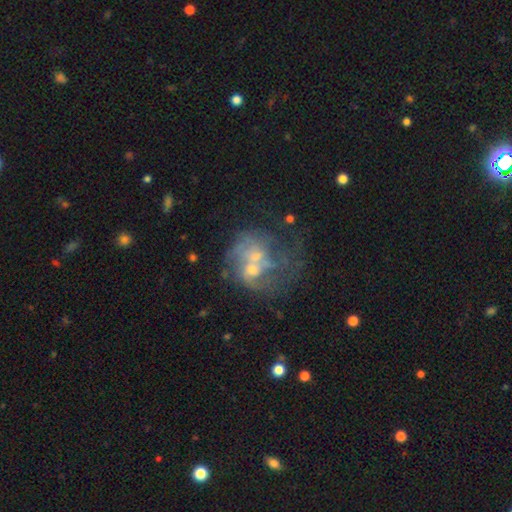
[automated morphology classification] smooth_or_featured: featured or disk (p=0.65) [alt: smooth p=0.23]
disk_edge_on: no (p=0.98) [alt: yes p=0.02]
bar: no (p=0.80) [alt: weak p=0.17]
has_spiral_arms: no (p=0.56) [alt: yes p=0.44]
bulge_size: small (p=0.43) [alt: moderate p=0.37]
merging: merger (p=0.39) [alt: major disturbance p=0.25]